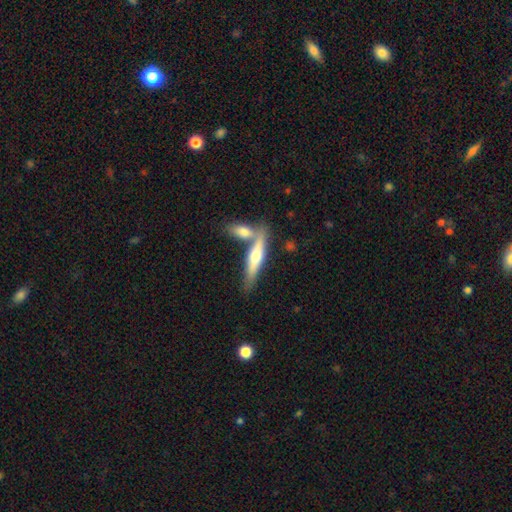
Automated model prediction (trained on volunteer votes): The model was most divided on "smooth or featured": featured or disk: 48%, smooth: 46%, star or artifact: 5%. More confident: merging — none (50%).